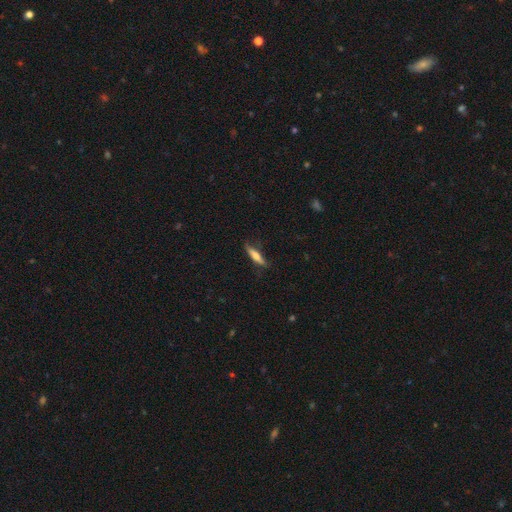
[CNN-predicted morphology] The model was most divided on "smooth or featured": smooth: 59%, featured or disk: 34%, star or artifact: 6%. More confident: how rounded — cigar-shaped (82%); merging — none (78%).